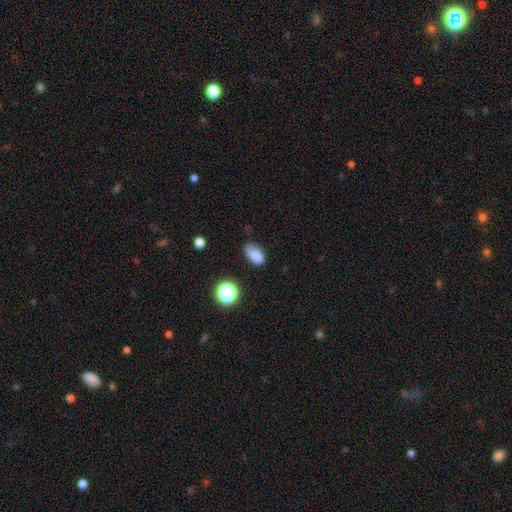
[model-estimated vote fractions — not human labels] smooth 80%, star or artifact 12%, featured or disk 9%. Down the decision tree: how rounded — in between (87%); merging — none (53%).